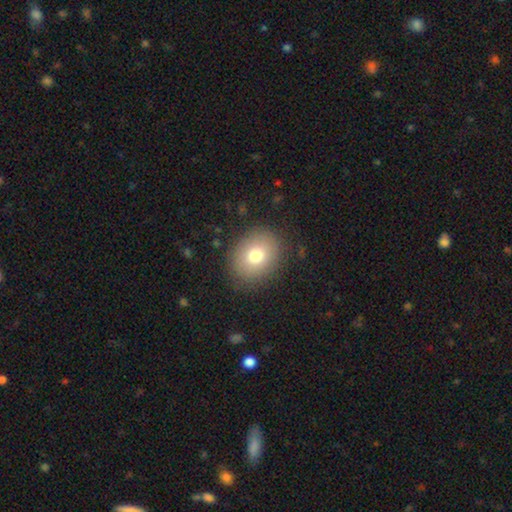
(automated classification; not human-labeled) Smooth or featured? Predicted: smooth (p=0.77). How rounded? Predicted: round (p=0.52). Merging? Predicted: none (p=0.86).